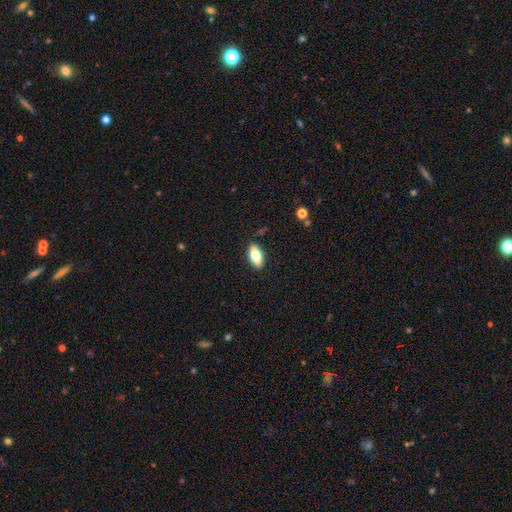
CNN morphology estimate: This appears to be a smooth galaxy with no disk features (73%) that is in between round and cigar-shaped (85%). Merging: none (87%).